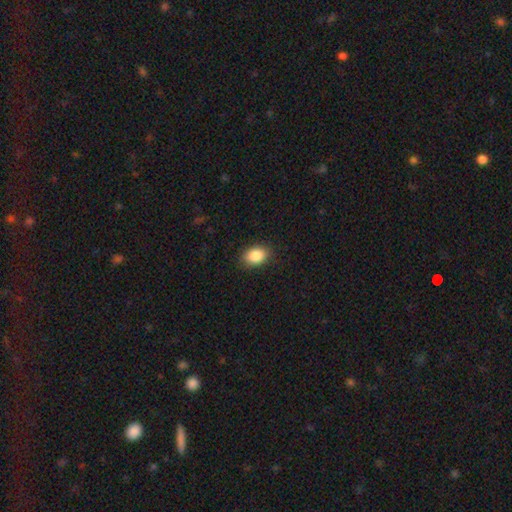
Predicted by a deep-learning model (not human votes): Morphology: type=smooth (88%); roundness=in between (82%); merging=none (87%).